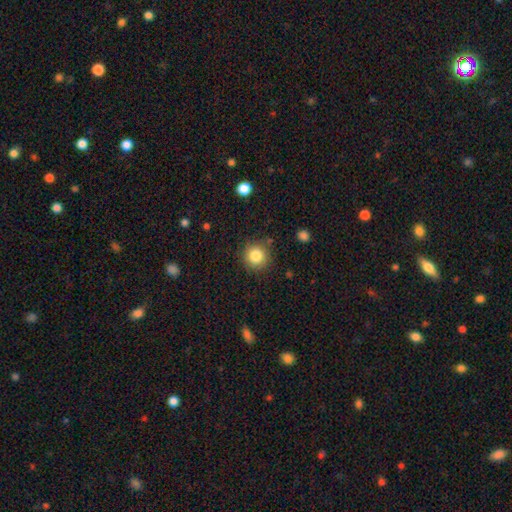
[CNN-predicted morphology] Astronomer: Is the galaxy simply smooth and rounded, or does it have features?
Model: smooth — 83%.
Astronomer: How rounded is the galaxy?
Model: round — 93%.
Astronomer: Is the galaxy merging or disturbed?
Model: none — 85%.